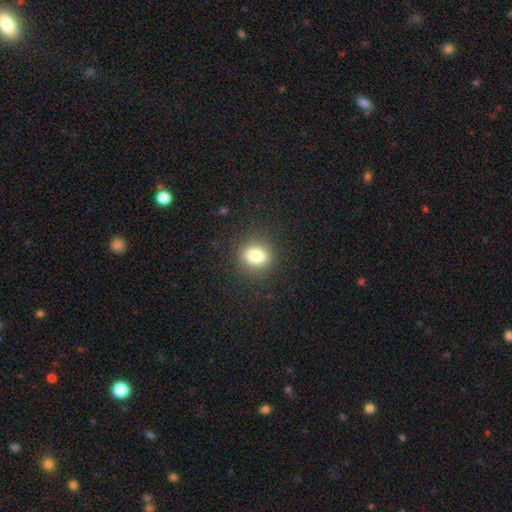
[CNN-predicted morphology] This appears to be a smooth galaxy with no disk features (80%) that is round (73%). Merging: none (88%).